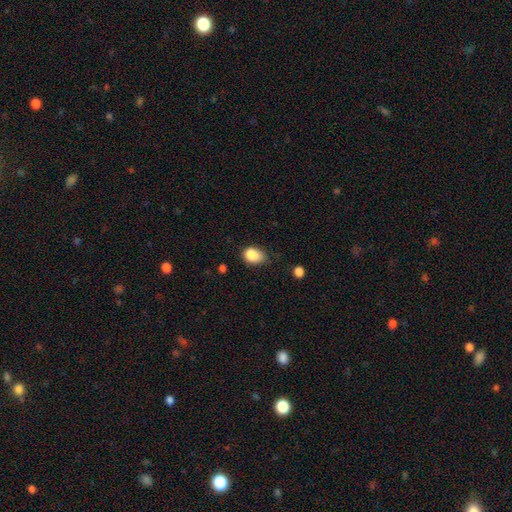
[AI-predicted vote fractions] Smooth or featured? smooth (83%)
How rounded? in between (68%)
Merging? none (48%)